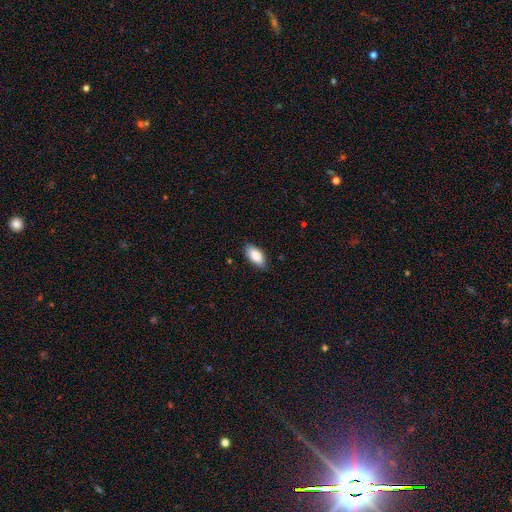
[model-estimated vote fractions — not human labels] Q: Smooth or featured?
A: smooth (82%); runner-up: featured or disk (11%)
Q: How rounded?
A: in between (88%); runner-up: cigar-shaped (9%)
Q: Merging?
A: none (84%); runner-up: minor disturbance (13%)